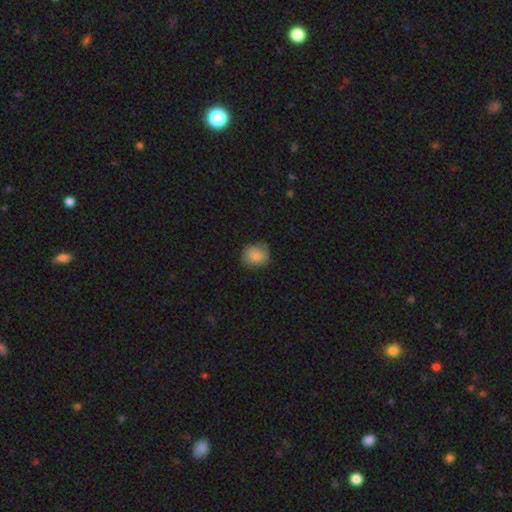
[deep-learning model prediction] Smooth or featured?
  - smooth: 77% *
  - featured or disk: 15%
  - star or artifact: 8%
How rounded?
  - round: 70% *
  - in between: 29%
  - cigar-shaped: 1%
Merging?
  - none: 69% *
  - minor disturbance: 23%
  - major disturbance: 6%
  - merger: 1%